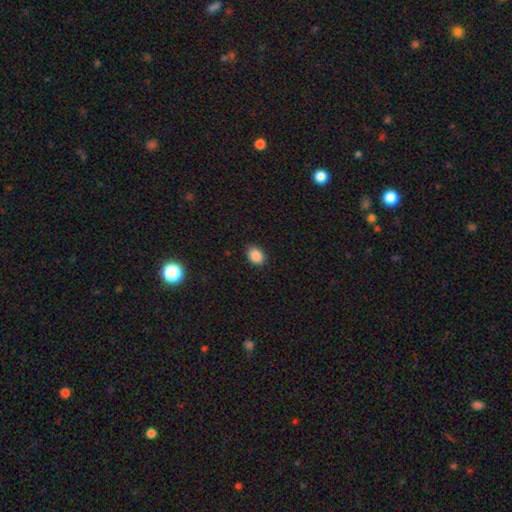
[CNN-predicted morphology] Smooth or featured? smooth (87%)
How rounded? in between (69%)
Merging? none (86%)